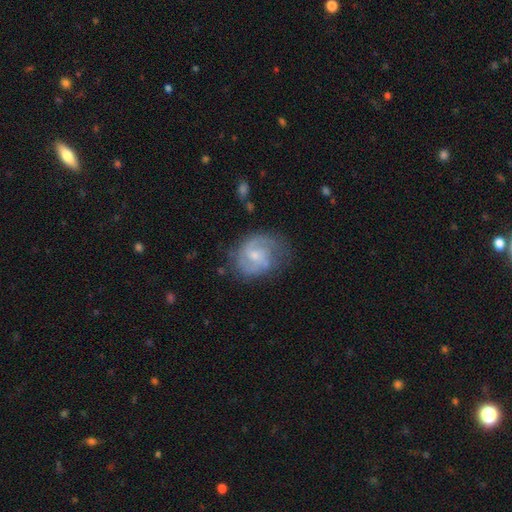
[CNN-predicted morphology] A featured or disk galaxy (77%) with no bar (50%), 2 (70%) medium (49%) spiral arms (93%) and a small central bulge (56%).

Vote fractions:
- Smooth or featured? featured or disk: 77% / smooth: 17% / star or artifact: 6%
- Edge-on disk? no: 98% / yes: 2%
- Bar? no: 50% / weak: 44% / strong: 6%
- Spiral arms? yes: 93% / no: 7%
- Spiral winding? medium: 49% / tight: 33% / loose: 19%
- Spiral arm count? 2: 70% / can't tell: 14% / 3: 7% / 1: 6% / 4: 2% / more than 4: 2%
- Bulge size? small: 56% / moderate: 35% / none: 6% / large: 2% / dominant: 1%
- Merging? none: 62% / minor disturbance: 23% / major disturbance: 12% / merger: 2%